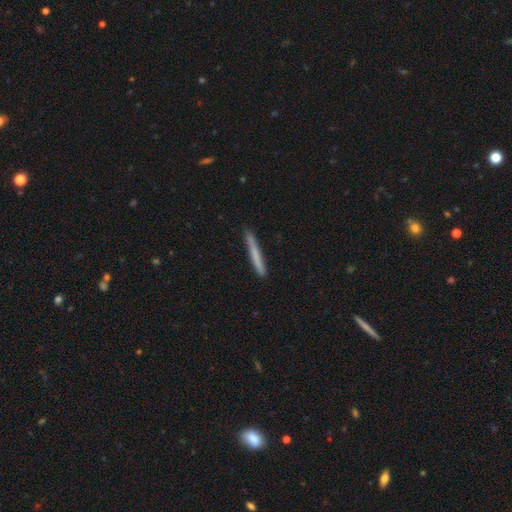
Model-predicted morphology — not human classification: smooth-or-featured: smooth: 67% | featured or disk: 28% | star or artifact: 6%
  how-rounded: cigar-shaped: 97% | in between: 2% | round: 1%
  merging: none: 86% | minor disturbance: 11% | major disturbance: 2% | merger: 1%